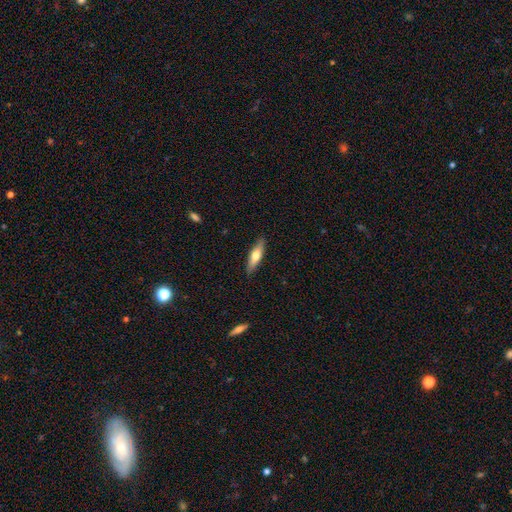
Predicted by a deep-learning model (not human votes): A smooth galaxy with no disk features (58%) that is cigar-shaped (64%). Merging: none (88%).